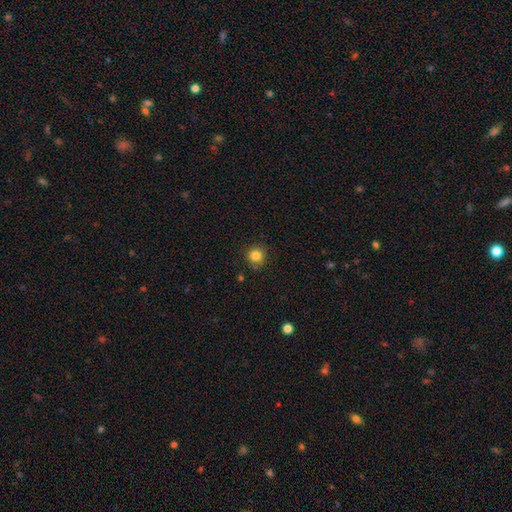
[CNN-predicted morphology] Smooth or featured?
  - smooth: 83% *
  - star or artifact: 12%
  - featured or disk: 5%
How rounded?
  - round: 93% *
  - in between: 6%
  - cigar-shaped: 1%
Merging?
  - none: 87% *
  - minor disturbance: 9%
  - merger: 2%
  - major disturbance: 2%